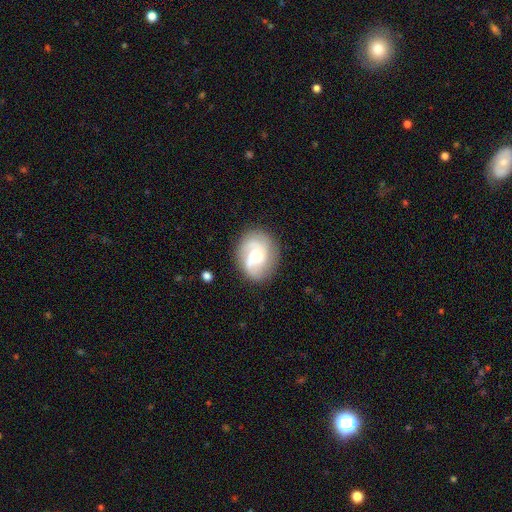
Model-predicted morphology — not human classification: A featured or disk galaxy (68%) with no bar (59%), 2 (32%) medium (43%) spiral arms (91%) and a moderate central bulge (42%). Merging: none (70%).